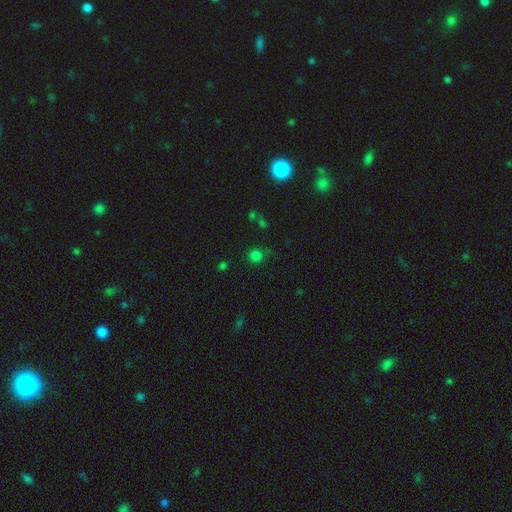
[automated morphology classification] smooth_or_featured: smooth (p=0.75) [alt: star or artifact p=0.20]
how_rounded: round (p=0.89) [alt: in between p=0.10]
merging: none (p=0.77) [alt: minor disturbance p=0.14]